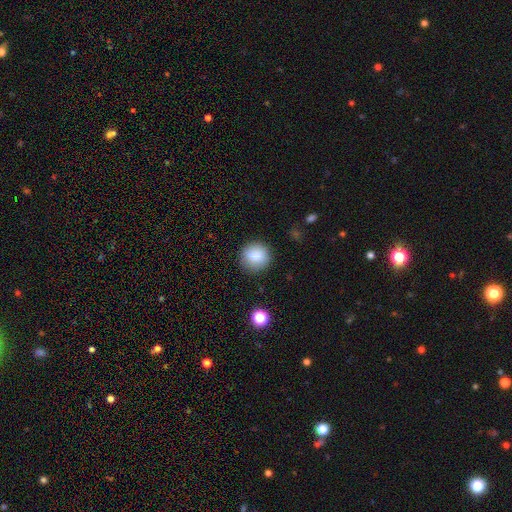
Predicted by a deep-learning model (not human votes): Smooth or featured? smooth (83%)
How rounded? round (92%)
Merging? none (87%)